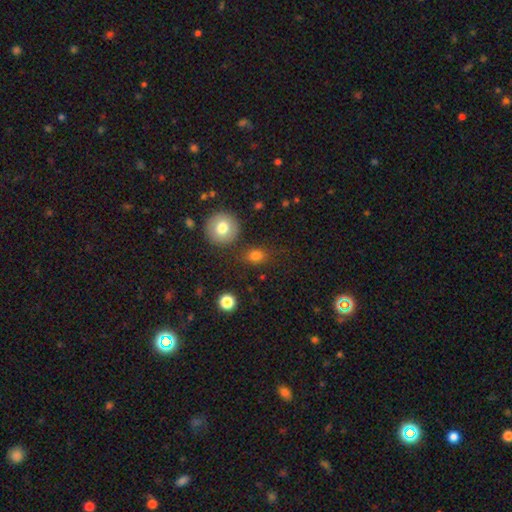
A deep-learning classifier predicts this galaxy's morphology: Smooth or featured? smooth (79%)
How rounded? round (57%)
Merging? none (75%)